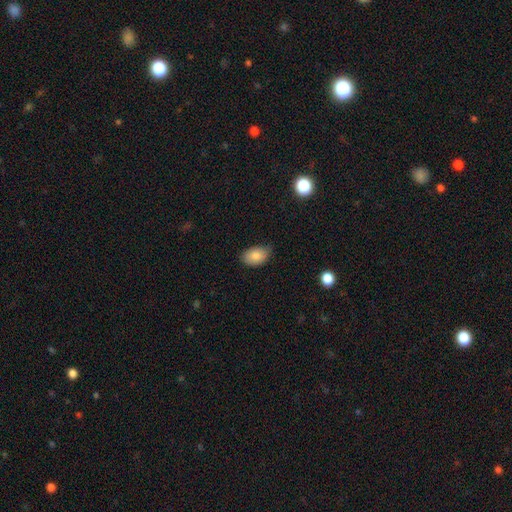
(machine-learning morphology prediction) This is clearly a smooth galaxy (84%). How rounded: clearly in between (88%). Merging: likely none (73%).